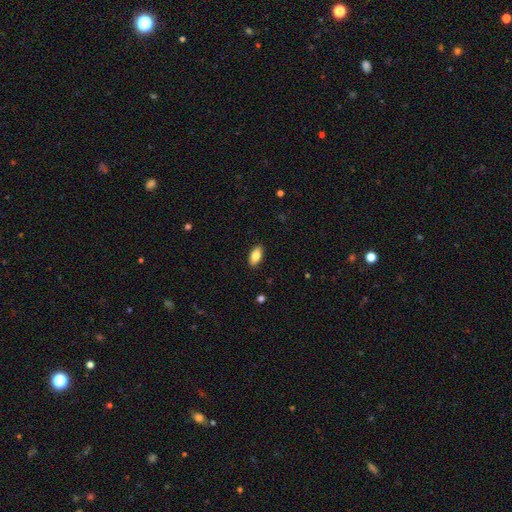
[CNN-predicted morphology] Smooth or featured?
  - smooth: 82% *
  - featured or disk: 11%
  - star or artifact: 7%
How rounded?
  - in between: 89% *
  - cigar-shaped: 9%
  - round: 3%
Merging?
  - none: 89% *
  - minor disturbance: 8%
  - major disturbance: 2%
  - merger: 1%